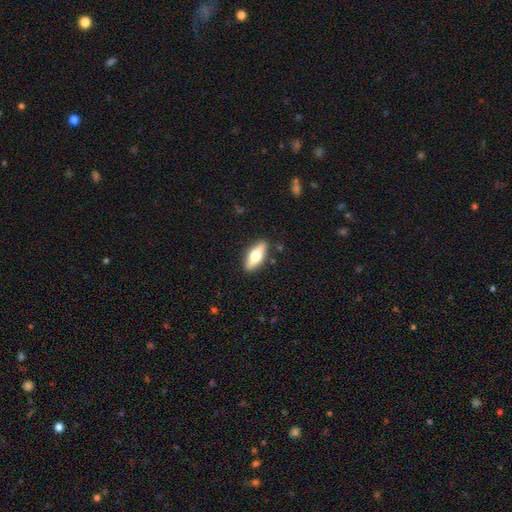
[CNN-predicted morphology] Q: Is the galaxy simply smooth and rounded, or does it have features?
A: smooth — 58%.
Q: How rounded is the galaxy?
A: in between — 68%.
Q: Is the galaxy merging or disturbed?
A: none — 87%.